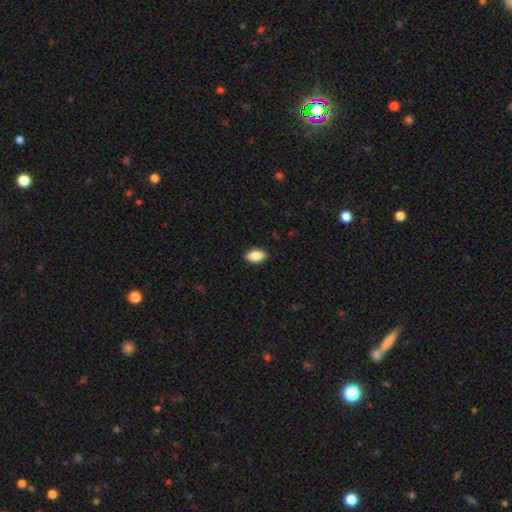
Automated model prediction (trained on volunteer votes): Overall: smooth (88%). How rounded: in between (92%). Merging: none (90%).